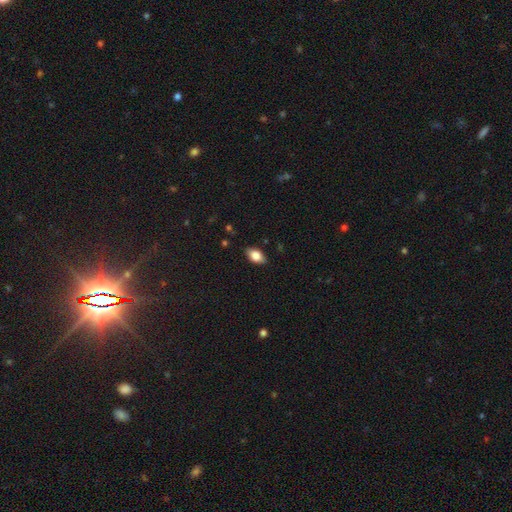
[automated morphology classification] The model was most divided on "smooth or featured": smooth: 80%, featured or disk: 13%, star or artifact: 8%. More confident: how rounded — in between (90%); merging — none (85%).